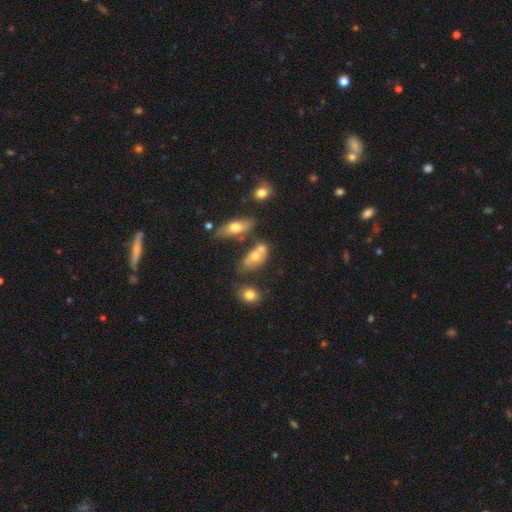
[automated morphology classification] A smooth galaxy with no disk features (62%) that is in between round and cigar-shaped (82%).

Vote fractions:
- Smooth or featured? smooth: 62% / featured or disk: 27% / star or artifact: 10%
- How rounded? in between: 82% / round: 11% / cigar-shaped: 6%
- Merging? merger: 37% / none: 35% / minor disturbance: 19% / major disturbance: 9%